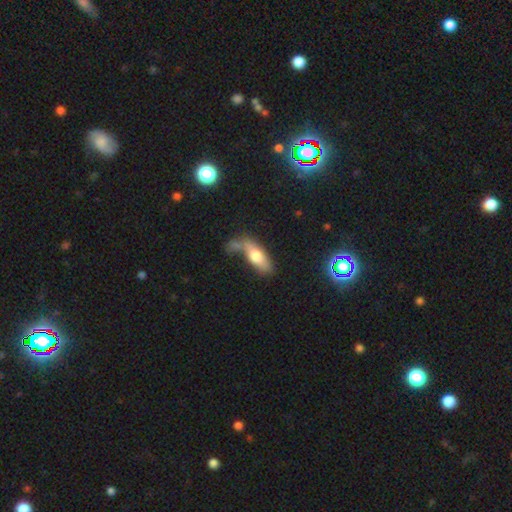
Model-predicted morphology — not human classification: Smooth or featured? smooth (65%)
How rounded? in between (72%)
Merging? none (40%)